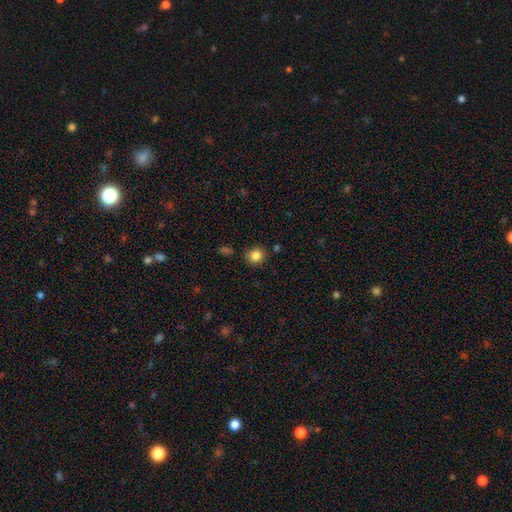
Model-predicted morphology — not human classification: smooth 84%, star or artifact 11%, featured or disk 5%. Down the decision tree: how rounded — round (83%); merging — none (84%).